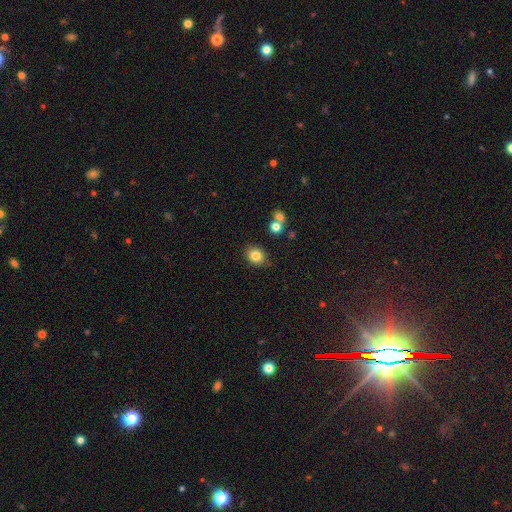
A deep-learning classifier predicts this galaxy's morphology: This is clearly a smooth galaxy (82%). How rounded: possibly round (57%). Merging: clearly none (82%).